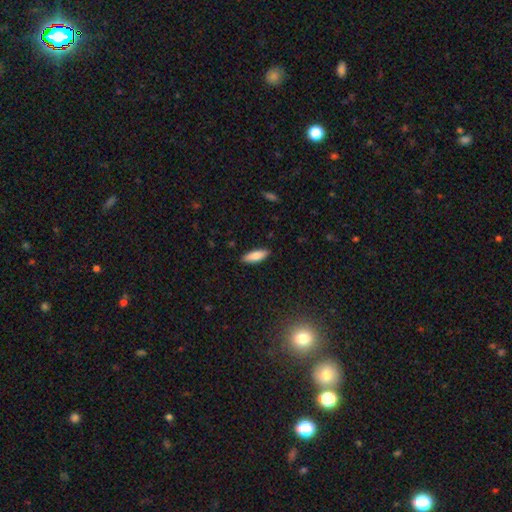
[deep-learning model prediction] Q: Smooth or featured?
A: smooth (86%); runner-up: featured or disk (8%)
Q: How rounded?
A: in between (65%); runner-up: cigar-shaped (34%)
Q: Merging?
A: none (88%); runner-up: minor disturbance (9%)